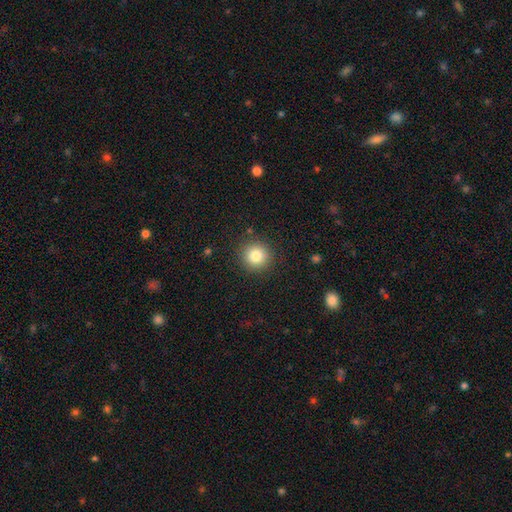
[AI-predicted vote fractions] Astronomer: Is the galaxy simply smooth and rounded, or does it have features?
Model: smooth — 83%.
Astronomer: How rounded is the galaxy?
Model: round — 94%.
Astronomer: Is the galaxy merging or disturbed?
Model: none — 90%.